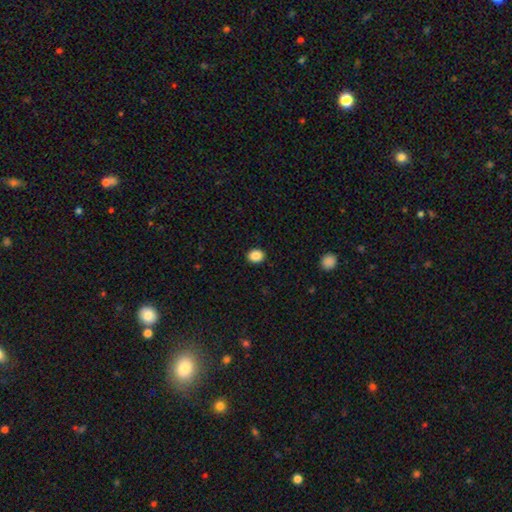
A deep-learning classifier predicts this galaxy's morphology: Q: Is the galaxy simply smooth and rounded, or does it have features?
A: smooth — 88%.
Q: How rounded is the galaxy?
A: round — 58%.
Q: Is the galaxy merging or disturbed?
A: none — 91%.